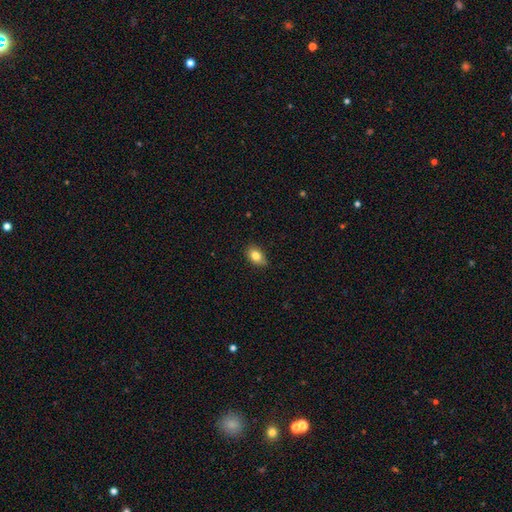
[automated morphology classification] A smooth galaxy with no disk features (83%) that is in between round and cigar-shaped (78%). Merging: none (74%).